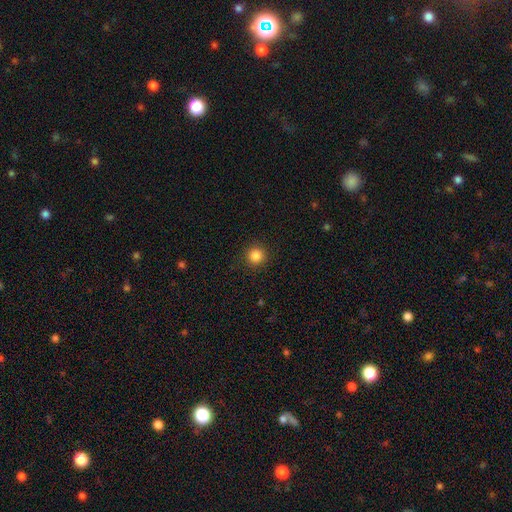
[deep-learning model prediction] This is clearly a smooth galaxy (85%). How rounded: clearly round (95%). Merging: clearly none (92%).